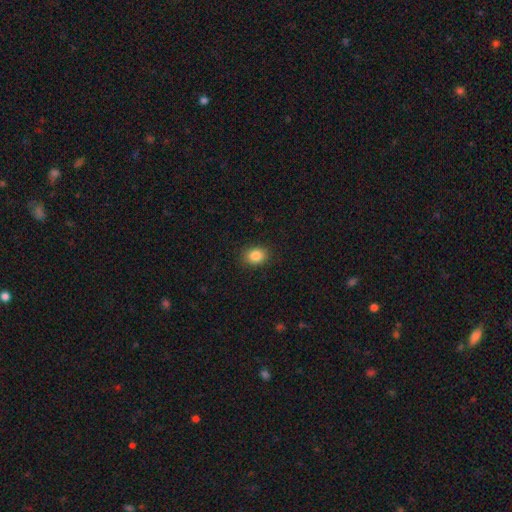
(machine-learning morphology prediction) A smooth galaxy with no disk features (86%) that is in between round and cigar-shaped (56%). Merging: none (89%).